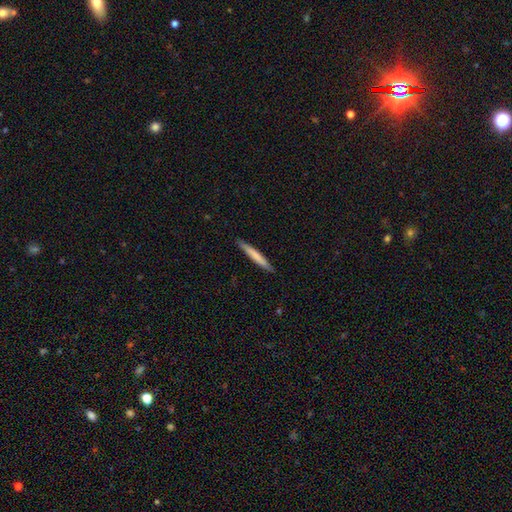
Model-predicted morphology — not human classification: smooth_or_featured: smooth (p=0.70) [alt: featured or disk p=0.25]
how_rounded: cigar-shaped (p=0.96) [alt: in between p=0.03]
merging: none (p=0.91) [alt: minor disturbance p=0.07]